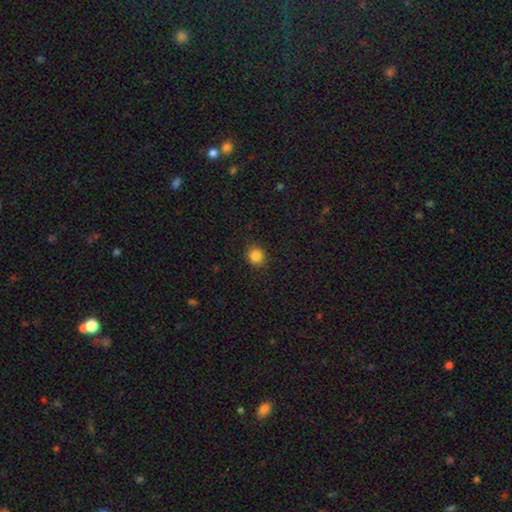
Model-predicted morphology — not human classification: Smooth or featured? Predicted: smooth (p=0.85). How rounded? Predicted: round (p=0.85). Merging? Predicted: none (p=0.89).